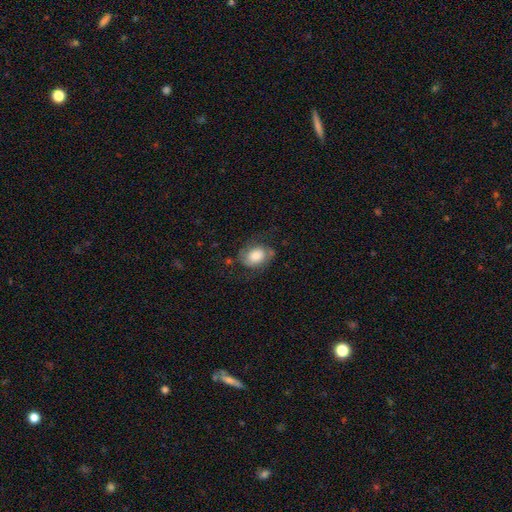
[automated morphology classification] Smooth or featured? smooth (65%)
How rounded? in between (65%)
Merging? none (57%)